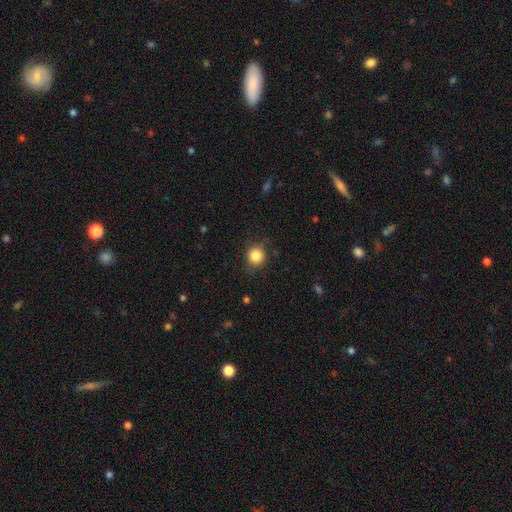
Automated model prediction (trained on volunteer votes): smooth-or-featured: smooth: 84% | star or artifact: 11% | featured or disk: 5%
  how-rounded: round: 89% | in between: 10% | cigar-shaped: 1%
  merging: none: 81% | minor disturbance: 14% | major disturbance: 4% | merger: 1%